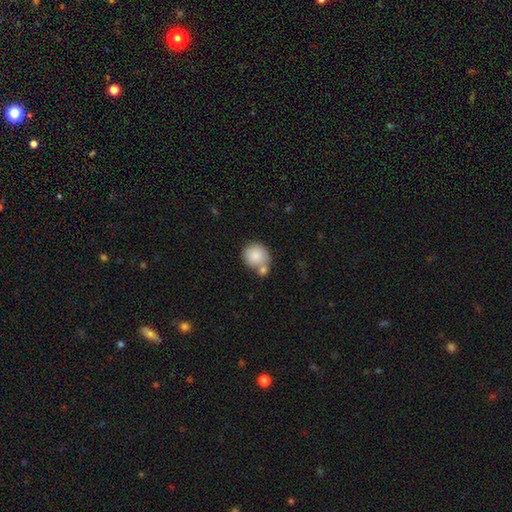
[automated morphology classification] This appears to be a smooth galaxy with no disk features (85%) that is round (85%). Merging: none (49%).